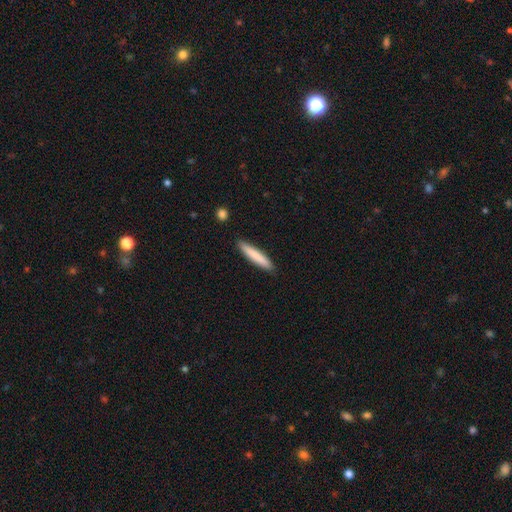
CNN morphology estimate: smooth 81%, featured or disk 13%, star or artifact 5%. Down the decision tree: how rounded — cigar-shaped (91%); merging — none (89%).